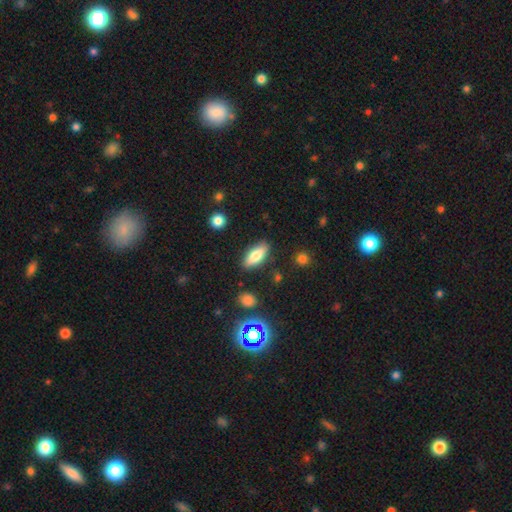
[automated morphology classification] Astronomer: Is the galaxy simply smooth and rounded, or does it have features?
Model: smooth — 71%.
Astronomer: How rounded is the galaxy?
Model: in between — 67%.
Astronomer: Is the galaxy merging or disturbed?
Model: none — 84%.